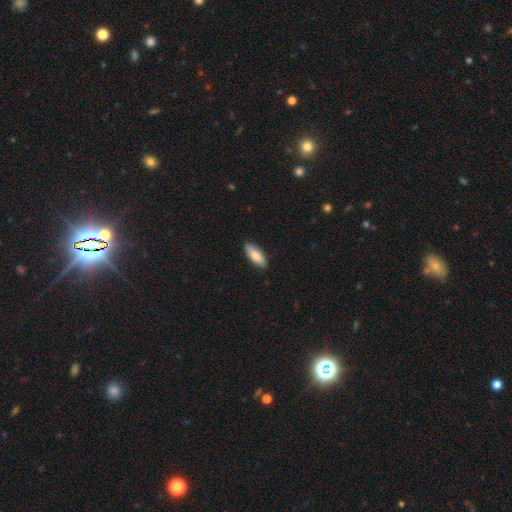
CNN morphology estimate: Overall: smooth (81%). How rounded: in between (75%). Merging: none (88%).